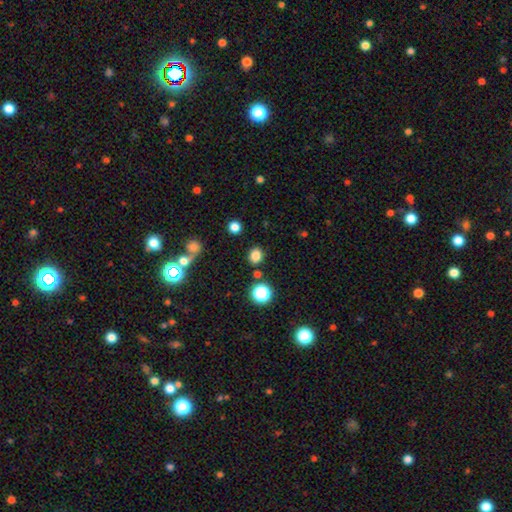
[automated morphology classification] smooth_or_featured: smooth (p=0.81) [alt: star or artifact p=0.14]
how_rounded: round (p=0.65) [alt: in between p=0.34]
merging: none (p=0.83) [alt: minor disturbance p=0.08]